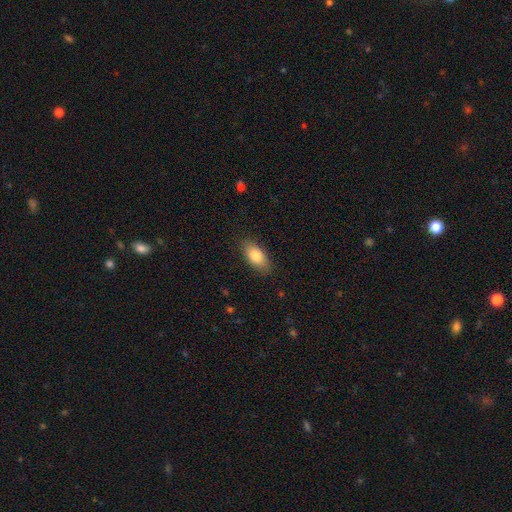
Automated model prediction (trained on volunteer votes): Q: Smooth or featured?
A: smooth (81%); runner-up: featured or disk (12%)
Q: How rounded?
A: in between (89%); runner-up: cigar-shaped (7%)
Q: Merging?
A: none (86%); runner-up: minor disturbance (10%)